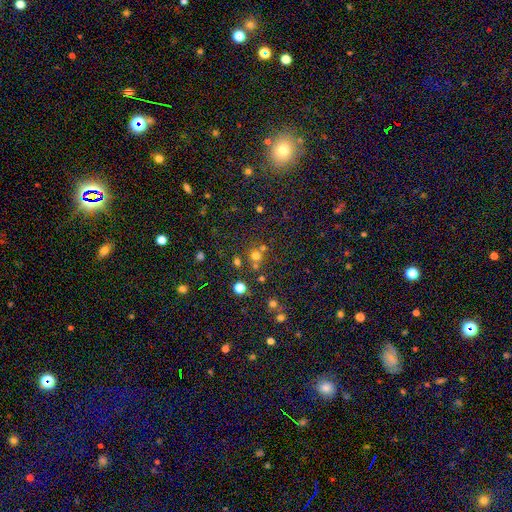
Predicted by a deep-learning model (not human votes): smooth_or_featured: smooth (p=0.64) [alt: star or artifact p=0.27]
how_rounded: round (p=0.89) [alt: in between p=0.10]
merging: none (p=0.65) [alt: merger p=0.23]